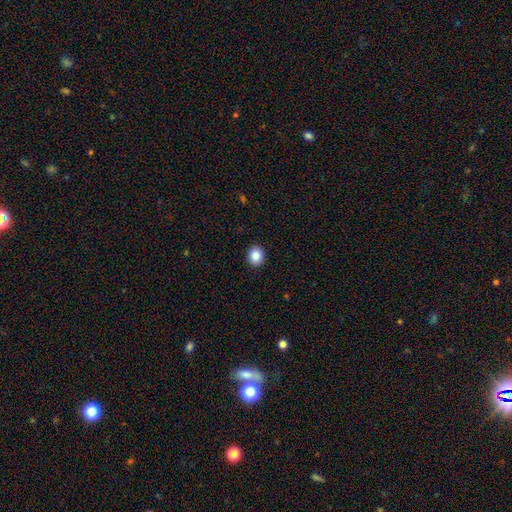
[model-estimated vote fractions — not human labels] Morphology: type=smooth (87%); roundness=round (67%); merging=none (92%).